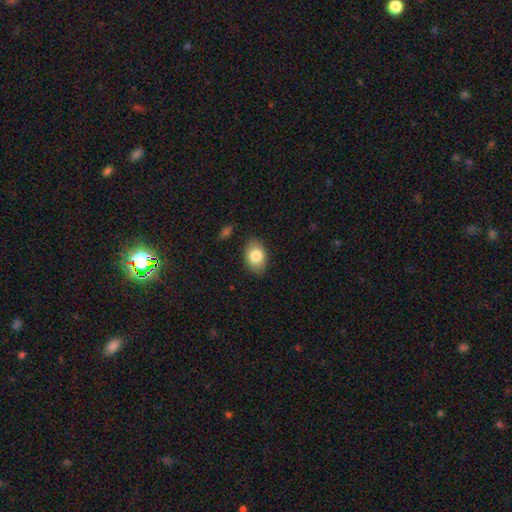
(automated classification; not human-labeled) This is clearly a smooth galaxy (81%). How rounded: clearly in between (84%). Merging: clearly none (85%).